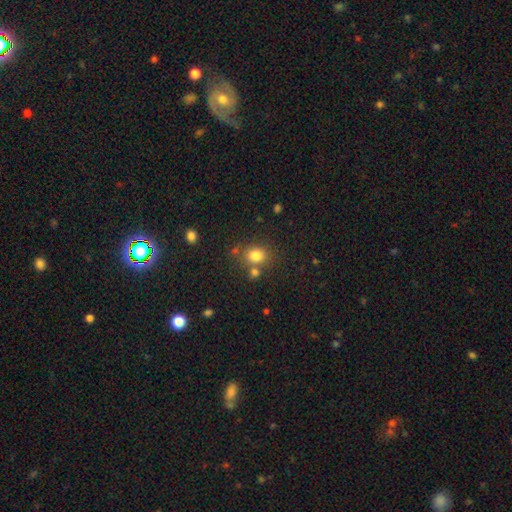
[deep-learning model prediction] Overall: smooth (80%). How rounded: round (62%; in between 37%). Merging: none (67%).